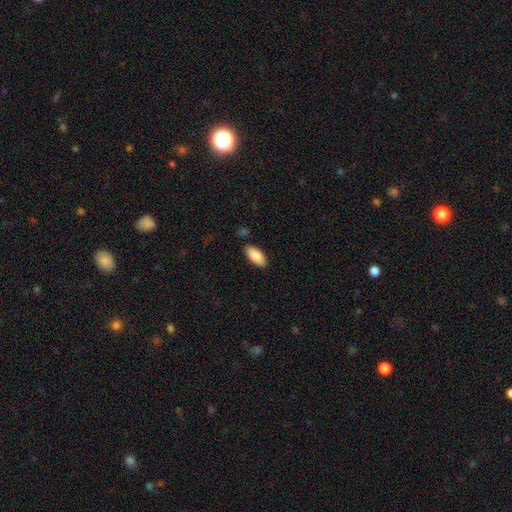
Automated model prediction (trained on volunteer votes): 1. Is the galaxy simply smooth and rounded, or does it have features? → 87% smooth, 7% featured or disk, 6% star or artifact.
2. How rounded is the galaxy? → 86% in between, 12% cigar-shaped, 2% round.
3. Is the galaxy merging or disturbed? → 86% none, 9% minor disturbance, 2% major disturbance, 2% merger.